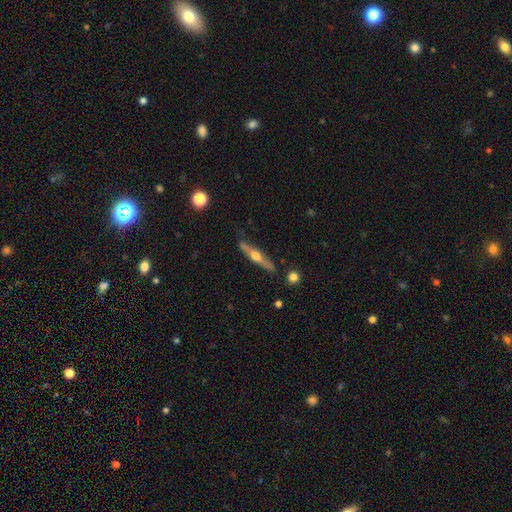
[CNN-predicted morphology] Smooth or featured? featured or disk (63%)
Edge-on disk? yes (94%)
Edge-on bulge? rounded (91%)
Merging? none (80%)